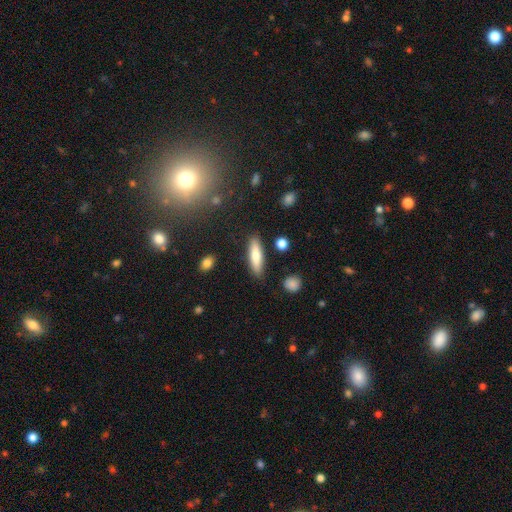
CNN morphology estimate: A smooth galaxy with no disk features (75%) that is cigar-shaped (67%). Merging: none (85%).